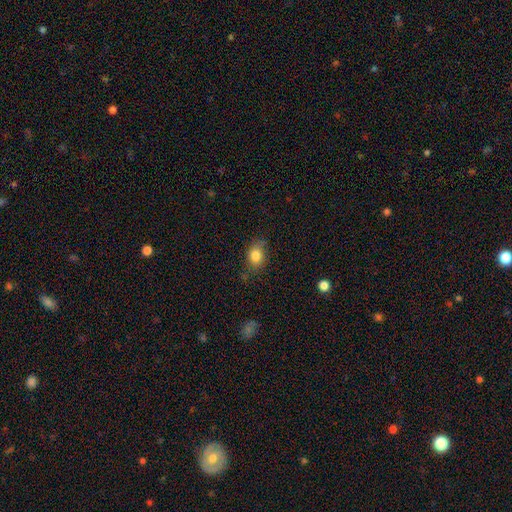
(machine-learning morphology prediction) Smooth or featured?
  - smooth: 82% *
  - star or artifact: 9%
  - featured or disk: 8%
How rounded?
  - in between: 68% *
  - round: 30%
  - cigar-shaped: 1%
Merging?
  - none: 73% *
  - minor disturbance: 20%
  - major disturbance: 4%
  - merger: 2%